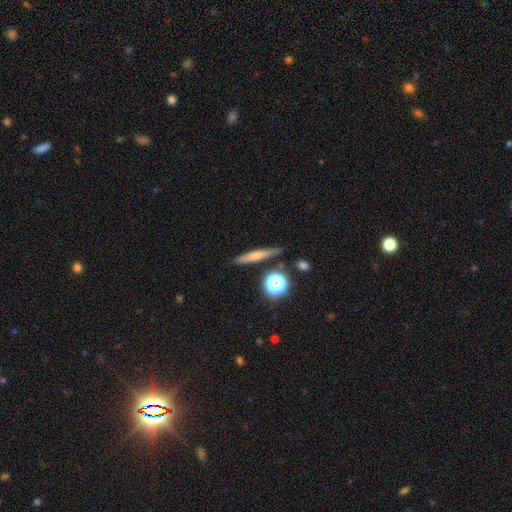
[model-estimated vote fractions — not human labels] Smooth or featured?
  - smooth: 59% *
  - featured or disk: 29%
  - star or artifact: 12%
How rounded?
  - cigar-shaped: 77% *
  - round: 12%
  - in between: 11%
Merging?
  - none: 81% *
  - minor disturbance: 12%
  - merger: 4%
  - major disturbance: 3%